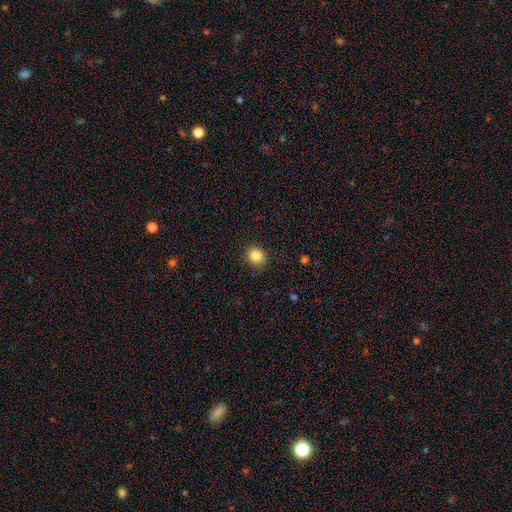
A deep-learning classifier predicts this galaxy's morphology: Smooth or featured? smooth (85%)
How rounded? round (78%)
Merging? none (88%)